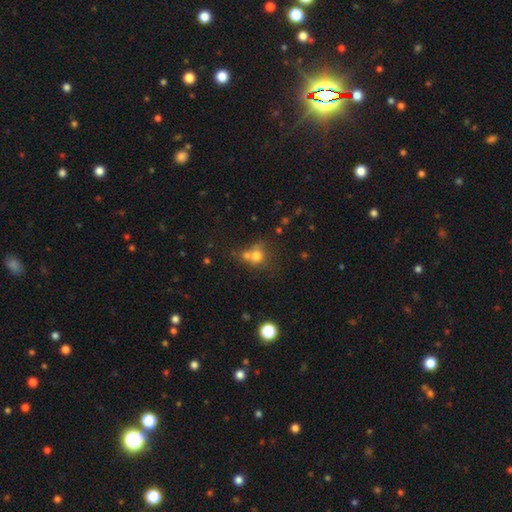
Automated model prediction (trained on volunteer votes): This is likely a smooth galaxy (71%). How rounded: clearly round (82%). Merging: marginally merger (42%, tied with none).